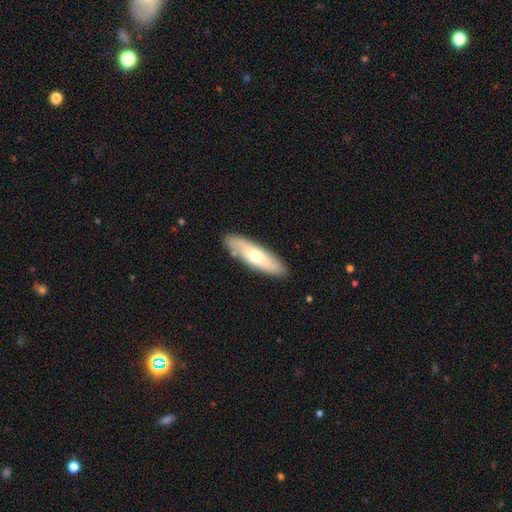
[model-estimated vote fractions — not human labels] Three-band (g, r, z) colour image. It shows a smooth galaxy with no disk features (57%) that is cigar-shaped (60%). Merging: none (84%).